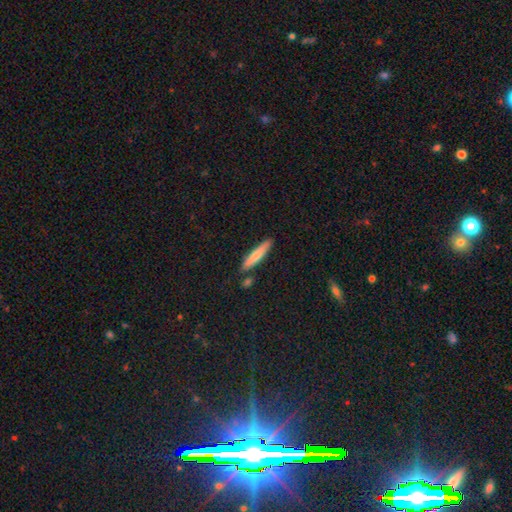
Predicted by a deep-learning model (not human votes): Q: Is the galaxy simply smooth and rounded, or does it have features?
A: smooth — 72%.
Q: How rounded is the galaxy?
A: cigar-shaped — 90%.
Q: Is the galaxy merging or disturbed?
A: none — 83%.